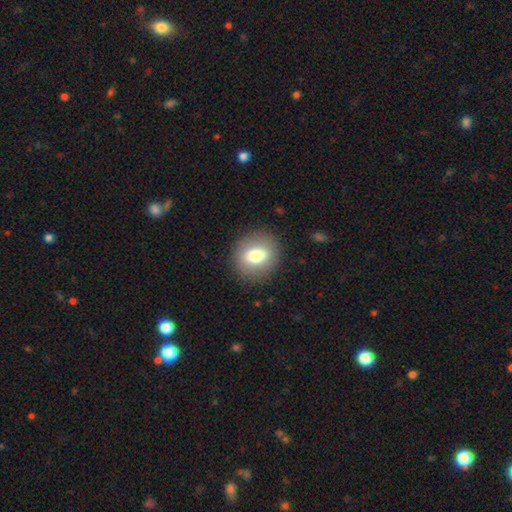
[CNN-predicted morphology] This appears to be a smooth galaxy with no disk features (73%) that is round (77%). Merging: none (89%).